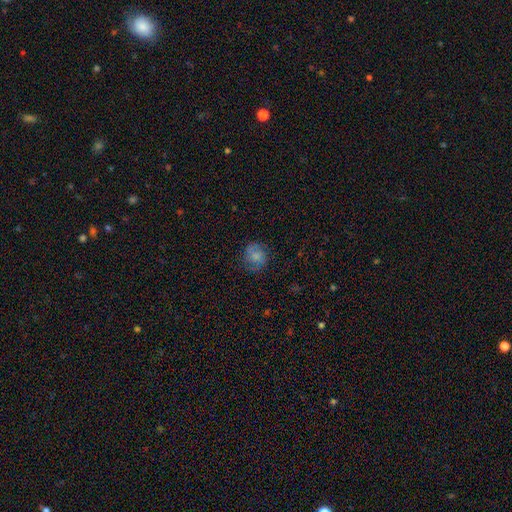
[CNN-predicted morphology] This is likely a smooth galaxy (62%). How rounded: likely round (77%). Merging: likely none (71%).